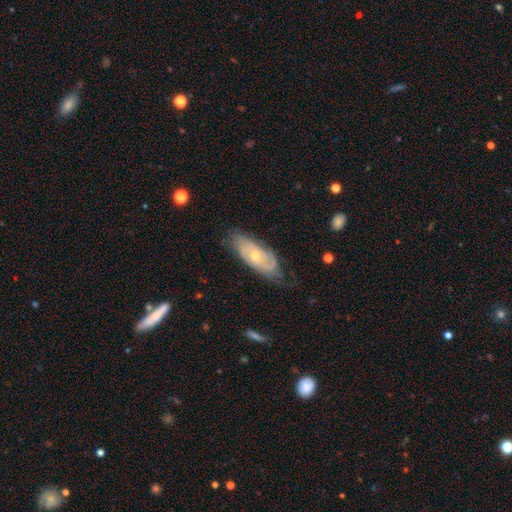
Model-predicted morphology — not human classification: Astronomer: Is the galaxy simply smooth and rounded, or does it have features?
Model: featured or disk — 68%.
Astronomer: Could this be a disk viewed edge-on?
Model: no — 88%.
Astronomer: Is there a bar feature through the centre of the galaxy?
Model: no — 72%.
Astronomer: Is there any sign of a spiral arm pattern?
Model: yes — 86%.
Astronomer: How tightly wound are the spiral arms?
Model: tight — 54% (runner-up: medium, 34%).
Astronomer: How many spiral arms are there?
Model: can't tell — 41% (runner-up: 2, 39%).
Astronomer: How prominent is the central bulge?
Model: small — 55% (runner-up: moderate, 42%).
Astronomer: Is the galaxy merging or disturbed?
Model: none — 63%.